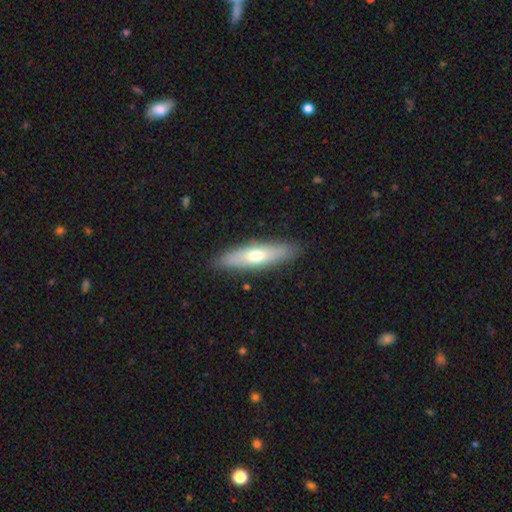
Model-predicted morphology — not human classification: A smooth galaxy with no disk features (58%) that is cigar-shaped (69%).

Vote fractions:
- Smooth or featured? smooth: 58% / featured or disk: 36% / star or artifact: 6%
- How rounded? cigar-shaped: 69% / in between: 29% / round: 2%
- Merging? none: 88% / minor disturbance: 8% / major disturbance: 2% / merger: 1%